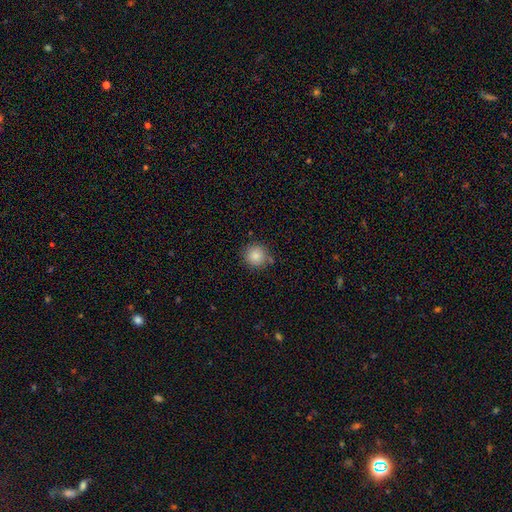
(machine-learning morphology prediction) Overall: smooth (86%). How rounded: round (93%). Merging: none (79%).